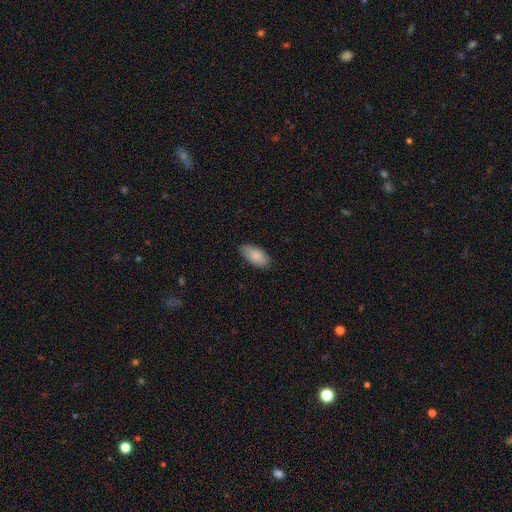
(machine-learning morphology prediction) Smooth or featured? Predicted: smooth (p=0.86). How rounded? Predicted: in between (p=0.90). Merging? Predicted: none (p=0.84).